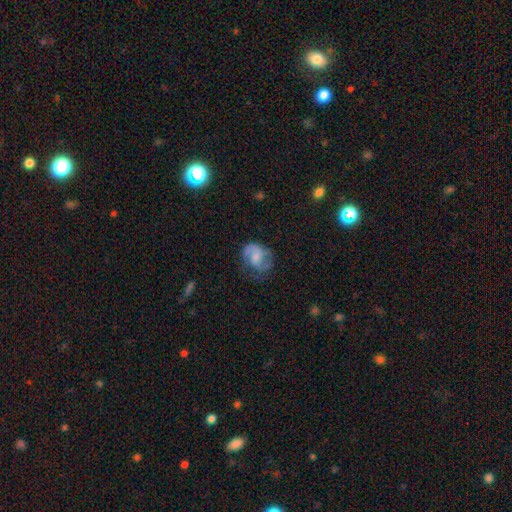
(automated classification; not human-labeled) smooth_or_featured: featured or disk (p=0.57) [alt: smooth p=0.35]
disk_edge_on: no (p=0.97) [alt: yes p=0.03]
bar: no (p=0.53) [alt: weak p=0.38]
has_spiral_arms: yes (p=0.83) [alt: no p=0.17]
bulge_size: none (p=0.33) [alt: small p=0.29]
merging: none (p=0.51) [alt: minor disturbance p=0.25]